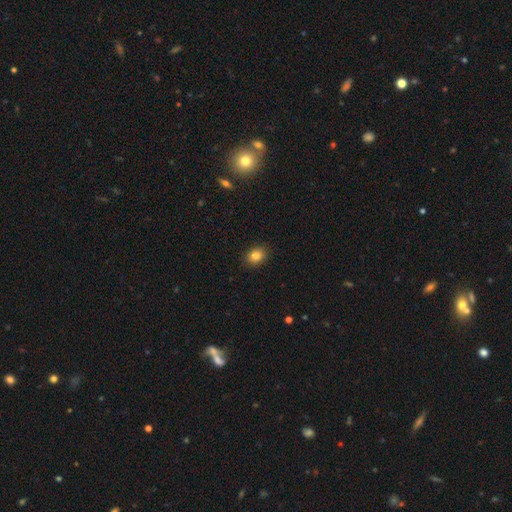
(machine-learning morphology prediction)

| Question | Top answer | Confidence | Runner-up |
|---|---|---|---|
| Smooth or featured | smooth | 84% | star or artifact (10%) |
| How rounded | in between | 58% | round (41%) |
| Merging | none | 90% | minor disturbance (7%) |